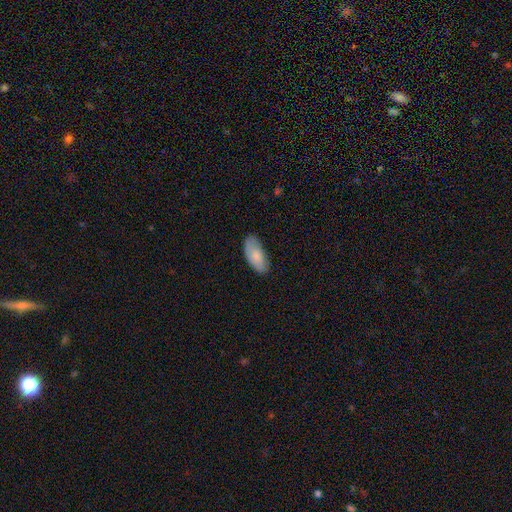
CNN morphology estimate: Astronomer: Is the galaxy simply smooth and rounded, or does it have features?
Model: smooth — 79%.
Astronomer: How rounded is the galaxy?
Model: in between — 91%.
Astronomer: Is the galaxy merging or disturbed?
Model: none — 76%.